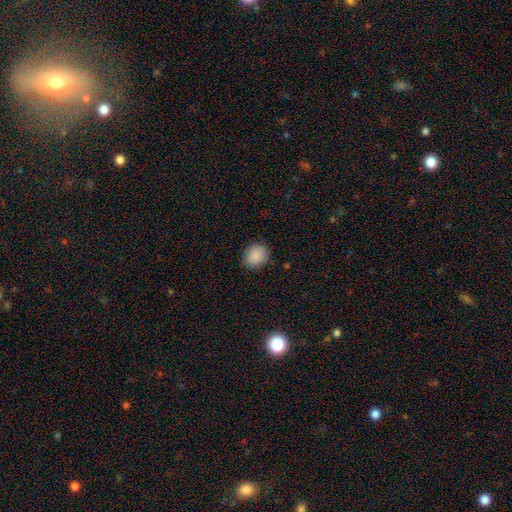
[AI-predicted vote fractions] Smooth or featured? smooth (89%)
How rounded? round (68%)
Merging? none (83%)